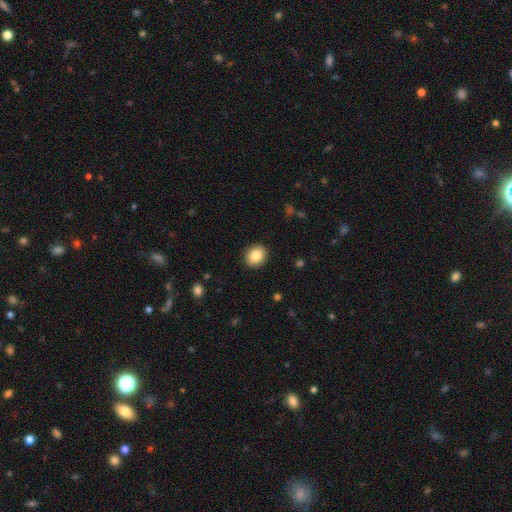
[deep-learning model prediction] Smooth or featured? Predicted: smooth (p=0.84). How rounded? Predicted: round (p=0.69). Merging? Predicted: none (p=0.91).